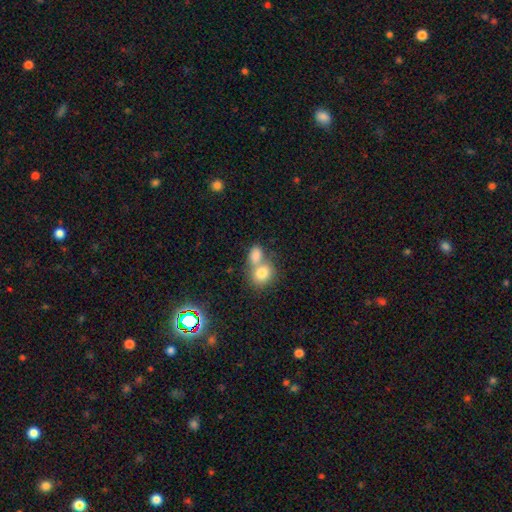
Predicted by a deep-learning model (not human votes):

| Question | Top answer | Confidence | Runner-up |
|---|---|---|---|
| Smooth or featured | smooth | 80% | featured or disk (10%) |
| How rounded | in between | 58% | round (41%) |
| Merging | merger | 60% | none (29%) |